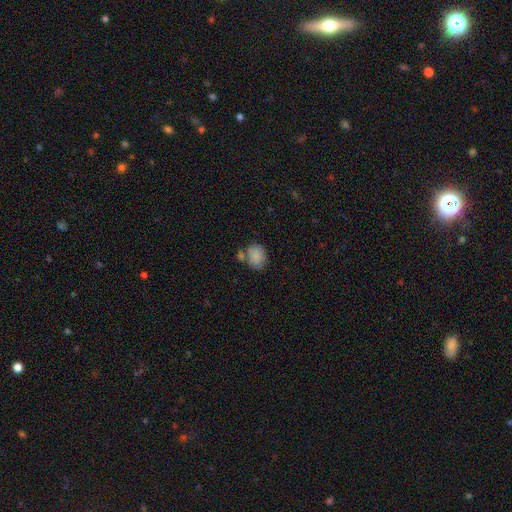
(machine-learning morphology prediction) A smooth galaxy with no disk features (83%) that is in between round and cigar-shaped (53%). Merging: none (53%).